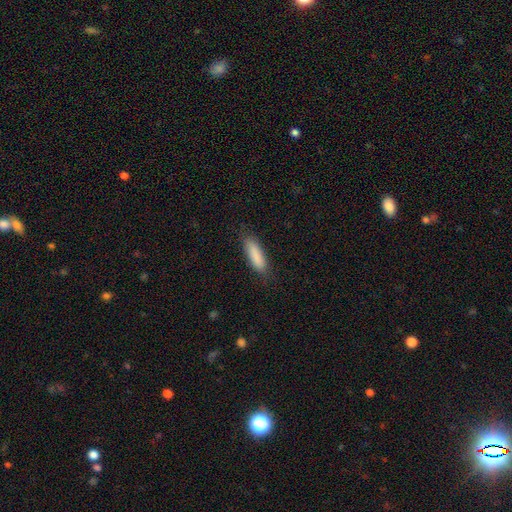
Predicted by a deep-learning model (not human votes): Overall: smooth (88%). How rounded: cigar-shaped (56%; in between 42%). Merging: none (83%).